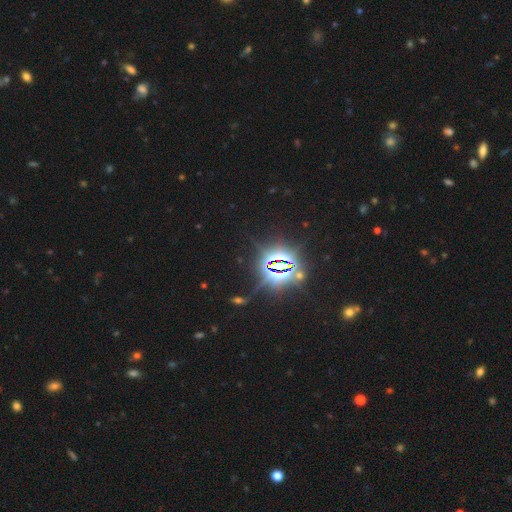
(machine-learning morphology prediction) The model was most divided on "smooth or featured": star or artifact: 83%, smooth: 11%, featured or disk: 6%.